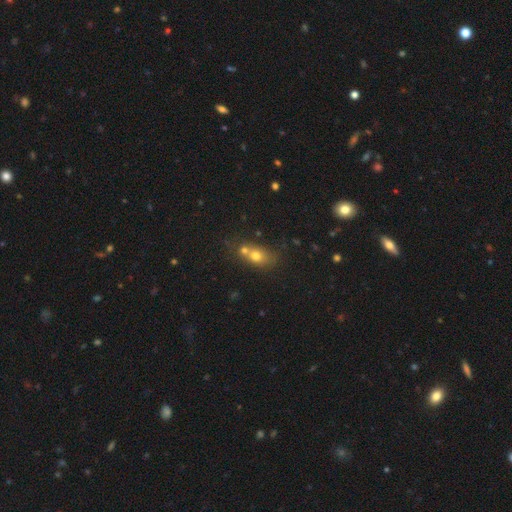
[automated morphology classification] Smooth or featured? smooth (69%)
How rounded? in between (56%)
Merging? merger (48%)